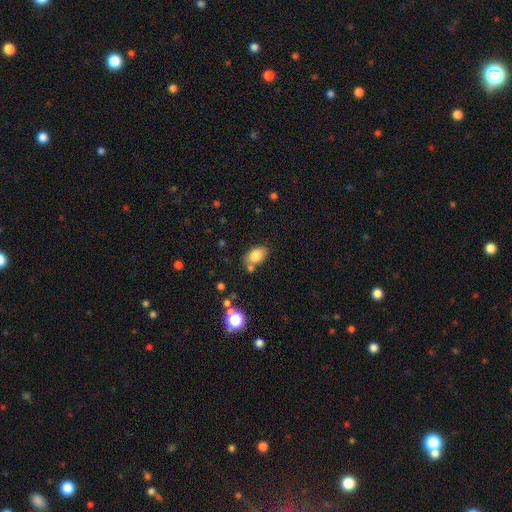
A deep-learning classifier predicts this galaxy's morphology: smooth_or_featured: smooth (p=0.82) [alt: star or artifact p=0.09]
how_rounded: in between (p=0.86) [alt: round p=0.13]
merging: none (p=0.66) [alt: minor disturbance p=0.16]